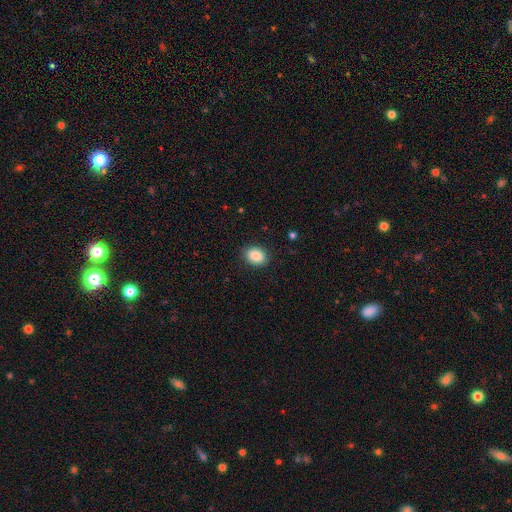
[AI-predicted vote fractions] The model was most divided on "how rounded": in between: 54%, round: 45%, cigar-shaped: 1%. More confident: merging — none (87%); smooth or featured — smooth (87%).